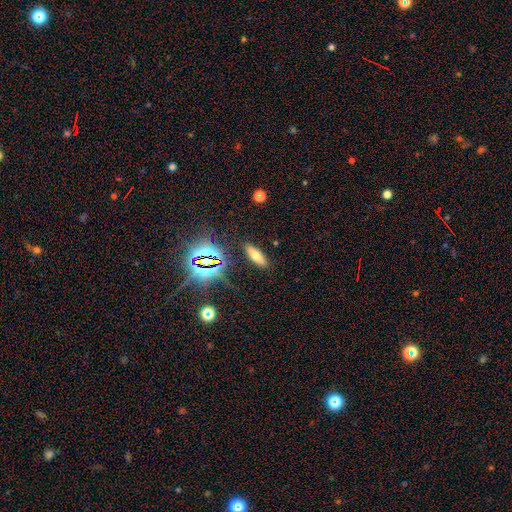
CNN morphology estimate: A smooth galaxy with no disk features (55%) that is in between round and cigar-shaped (59%).

Vote fractions:
- Smooth or featured? smooth: 55% / star or artifact: 23% / featured or disk: 22%
- How rounded? in between: 59% / cigar-shaped: 36% / round: 5%
- Merging? none: 88% / minor disturbance: 8% / major disturbance: 3% / merger: 2%